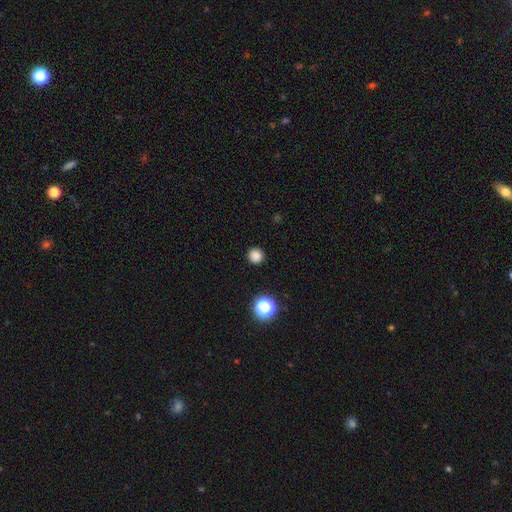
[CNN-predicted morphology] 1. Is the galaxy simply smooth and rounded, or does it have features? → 83% smooth, 14% star or artifact, 3% featured or disk.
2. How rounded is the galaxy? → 95% round, 4% in between, 1% cigar-shaped.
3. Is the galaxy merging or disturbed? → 92% none, 5% minor disturbance, 2% major disturbance, 1% merger.